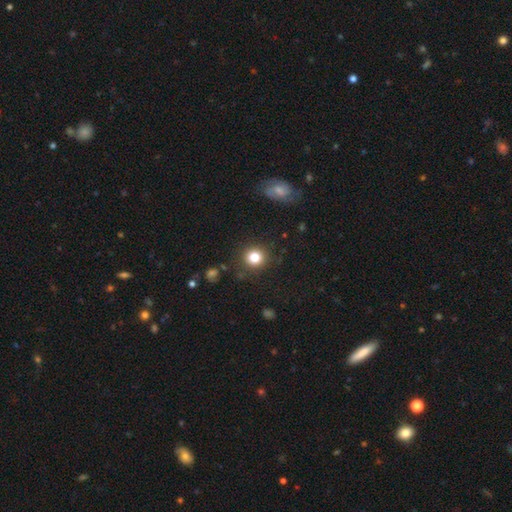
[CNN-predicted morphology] Smooth or featured? smooth (77%)
How rounded? round (92%)
Merging? none (89%)